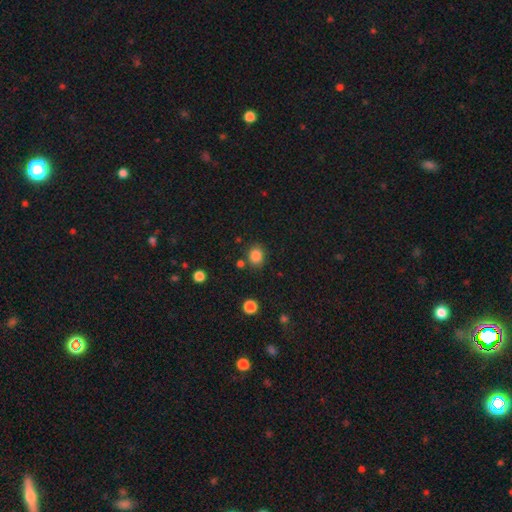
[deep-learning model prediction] This is clearly a smooth galaxy (84%). How rounded: likely round (64%). Merging: likely none (79%).